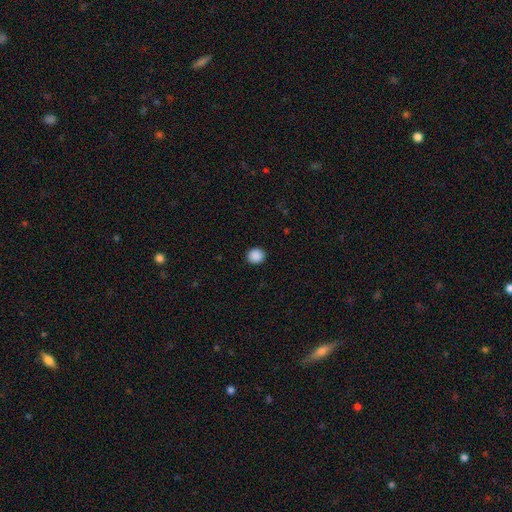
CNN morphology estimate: A smooth galaxy with no disk features (89%) that is round (89%). Merging: none (91%).